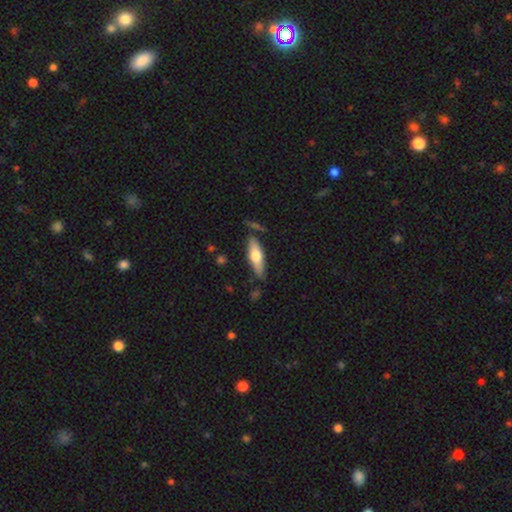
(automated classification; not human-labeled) A smooth galaxy with no disk features (53%) that is cigar-shaped (55%).

Vote fractions:
- Smooth or featured? smooth: 53% / featured or disk: 42% / star or artifact: 5%
- How rounded? cigar-shaped: 55% / in between: 43% / round: 2%
- Merging? none: 79% / minor disturbance: 14% / merger: 4% / major disturbance: 3%